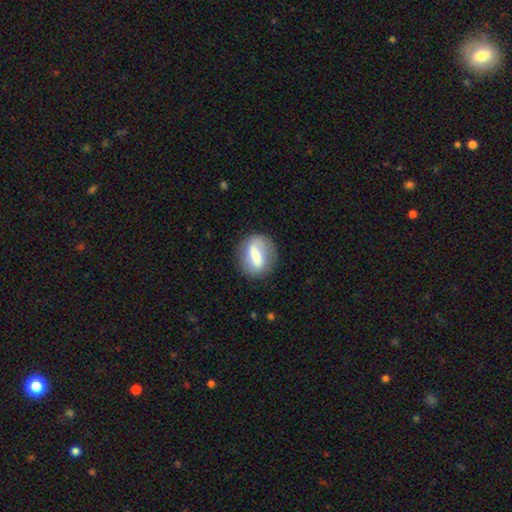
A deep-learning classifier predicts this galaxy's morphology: Smooth or featured? Predicted: smooth (p=0.52). How rounded? Predicted: in between (p=0.54). Merging? Predicted: none (p=0.77).